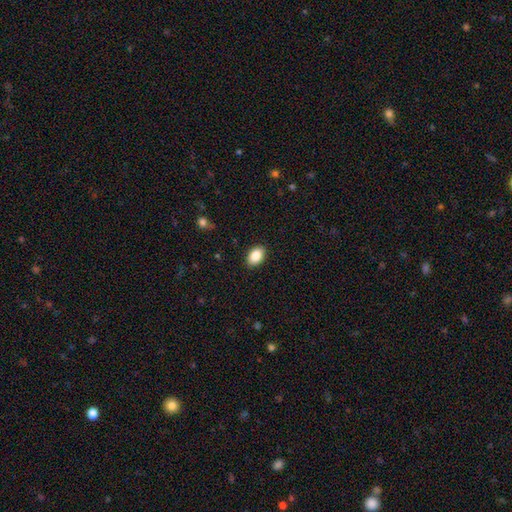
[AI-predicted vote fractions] Morphology: type=smooth (87%); roundness=in between (86%); merging=none (89%).